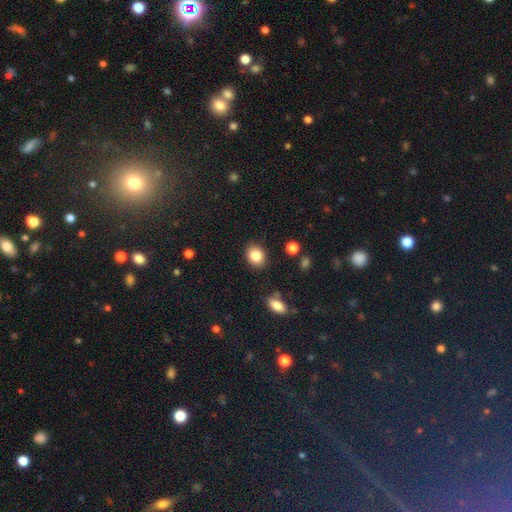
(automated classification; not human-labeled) Smooth or featured? smooth (86%)
How rounded? in between (55%)
Merging? none (86%)